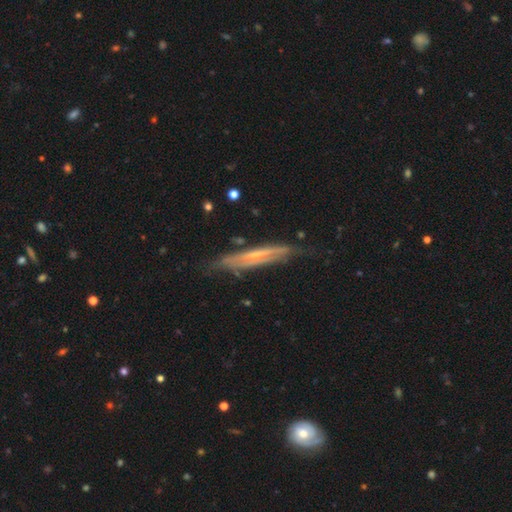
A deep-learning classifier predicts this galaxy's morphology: A featured or disk galaxy (71%) viewed edge-on (76%) with a rounded central bulge (49%).

Vote fractions:
- Smooth or featured? featured or disk: 71% / smooth: 23% / star or artifact: 6%
- Edge-on disk? yes: 76% / no: 24%
- Edge-on bulge? rounded: 49% / none: 45% / boxy: 7%
- Merging? none: 67% / minor disturbance: 24% / major disturbance: 7% / merger: 2%